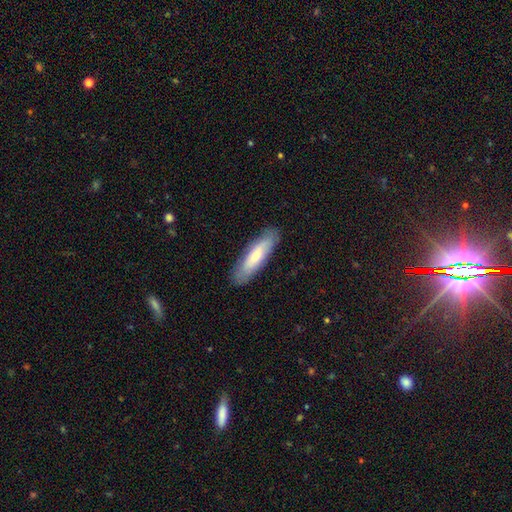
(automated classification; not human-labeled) smooth 66%, featured or disk 28%, star or artifact 5%. Down the decision tree: how rounded — cigar-shaped (63%); merging — none (85%).